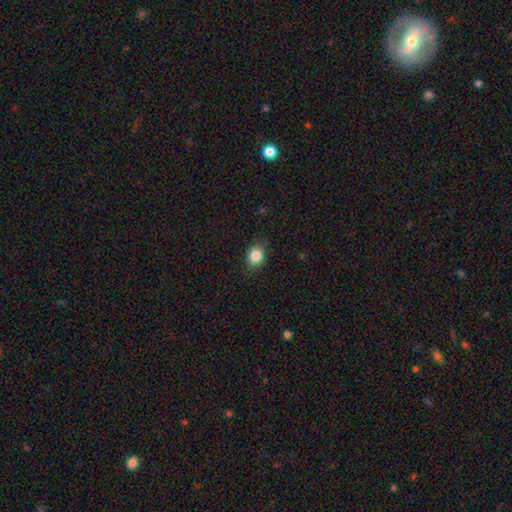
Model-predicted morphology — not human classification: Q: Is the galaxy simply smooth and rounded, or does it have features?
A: smooth — 85%.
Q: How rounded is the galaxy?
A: in between — 50%.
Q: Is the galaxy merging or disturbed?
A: none — 83%.